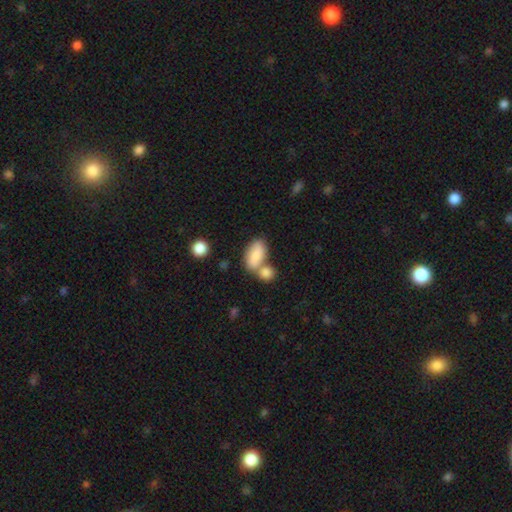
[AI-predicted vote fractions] smooth_or_featured: smooth (p=0.83) [alt: featured or disk p=0.11]
how_rounded: in between (p=0.90) [alt: round p=0.05]
merging: merger (p=0.44) [alt: none p=0.40]